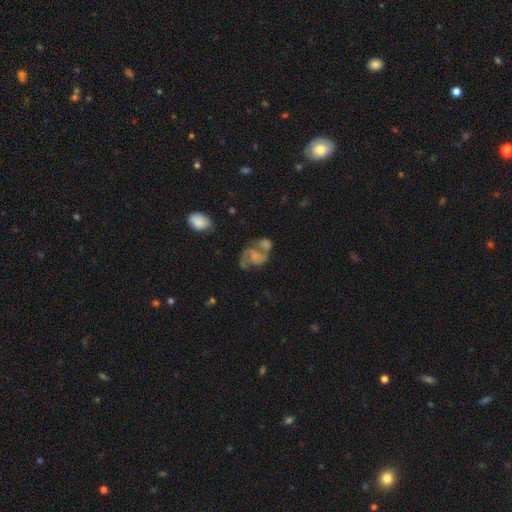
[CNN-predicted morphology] This is likely a featured or disk galaxy (66%). It is clearly not viewed edge-on (98%). Bar: possibly no (58%). Spiral arm pattern: clearly yes (85%). Spiral arm count: clearly 2 (82%). Spiral winding: possibly medium (51%). Central bulge: marginally small (43%). Merging: marginally merger (38%).